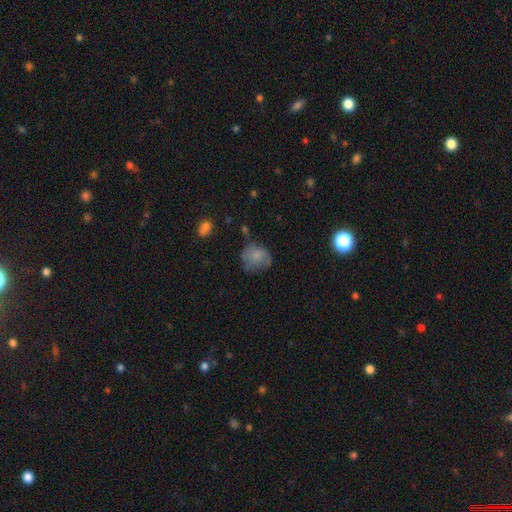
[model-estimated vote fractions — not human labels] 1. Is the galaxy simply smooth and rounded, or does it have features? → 72% smooth, 19% featured or disk, 9% star or artifact.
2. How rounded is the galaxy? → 67% round, 32% in between, 1% cigar-shaped.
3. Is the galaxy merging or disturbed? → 47% none, 33% minor disturbance, 16% major disturbance, 4% merger.